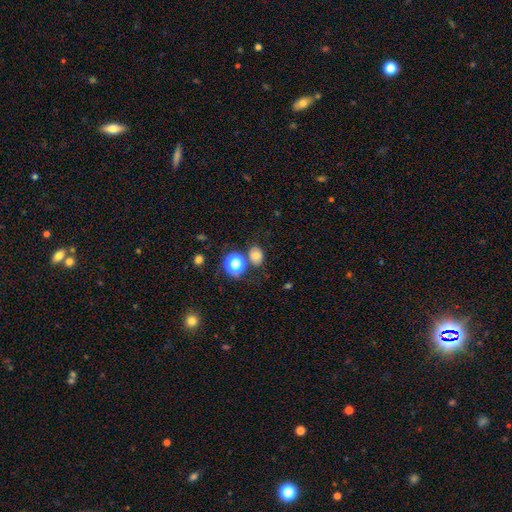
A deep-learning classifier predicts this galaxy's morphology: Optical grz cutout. It shows a smooth galaxy with no disk features (72%) that is round (52%). Merging: none (72%).